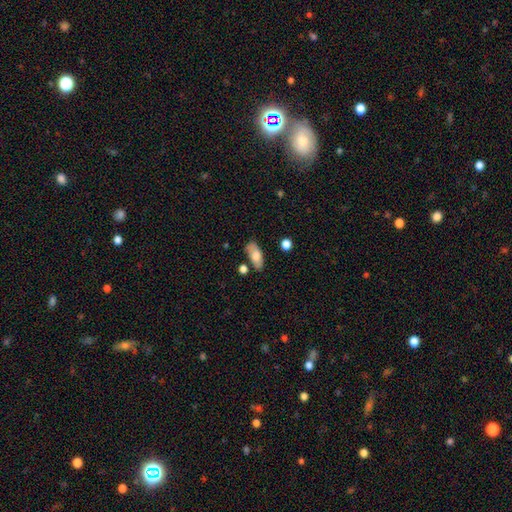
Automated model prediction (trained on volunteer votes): Morphology: type=smooth (76%); roundness=in between (87%); merging=none (68%).